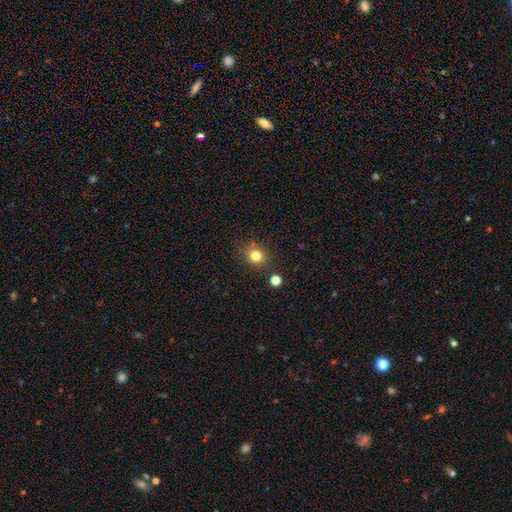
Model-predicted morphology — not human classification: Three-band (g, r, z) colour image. It shows a smooth galaxy with no disk features (80%) that is round (81%). Merging: none (81%).